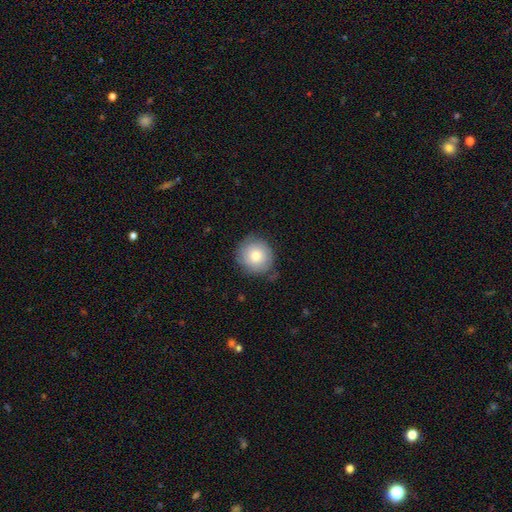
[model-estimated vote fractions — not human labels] Smooth or featured? smooth (79%)
How rounded? round (92%)
Merging? none (75%)